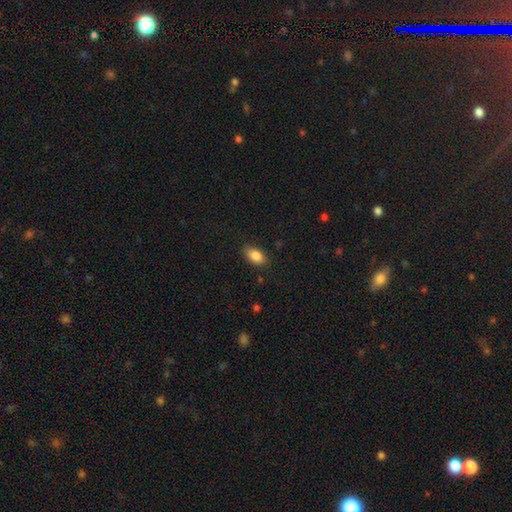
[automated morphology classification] Smooth or featured: smooth — 86% (star or artifact — 8%)
How rounded: in between — 90% (round — 7%)
Merging: none — 83% (minor disturbance — 13%)